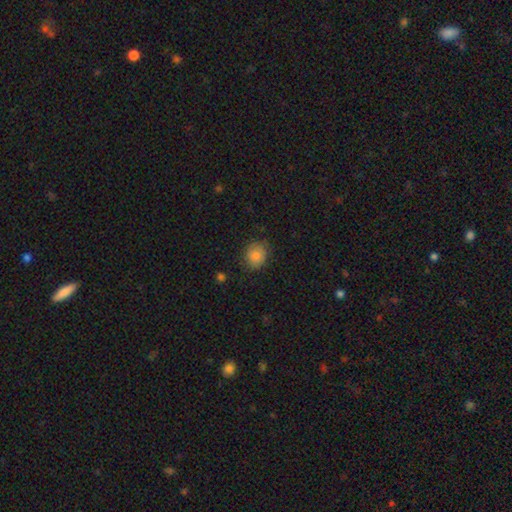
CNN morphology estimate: A smooth galaxy with no disk features (83%) that is round (73%).

Vote fractions:
- Smooth or featured? smooth: 83% / star or artifact: 9% / featured or disk: 8%
- How rounded? round: 73% / in between: 26% / cigar-shaped: 1%
- Merging? none: 81% / minor disturbance: 15% / major disturbance: 4% / merger: 1%